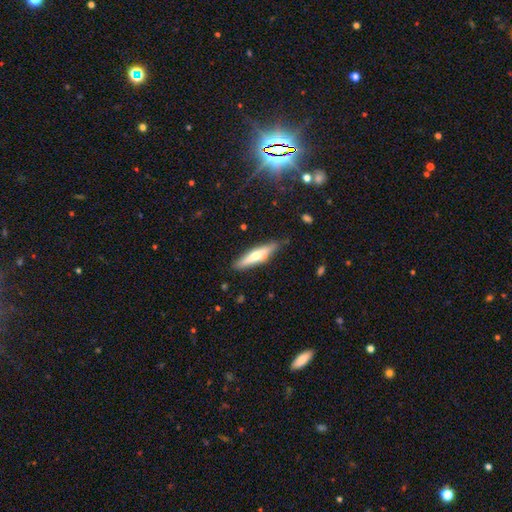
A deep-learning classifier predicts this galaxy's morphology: type=smooth (52%); roundness=cigar-shaped (75%); merging=none (81%).